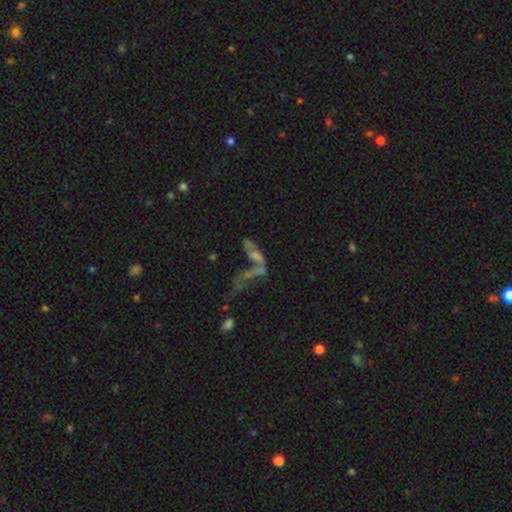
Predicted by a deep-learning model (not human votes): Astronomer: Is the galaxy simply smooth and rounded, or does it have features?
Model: featured or disk — 43% (runner-up: smooth, 32%).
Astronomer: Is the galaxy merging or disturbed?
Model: merger — 48% (runner-up: major disturbance, 24%).